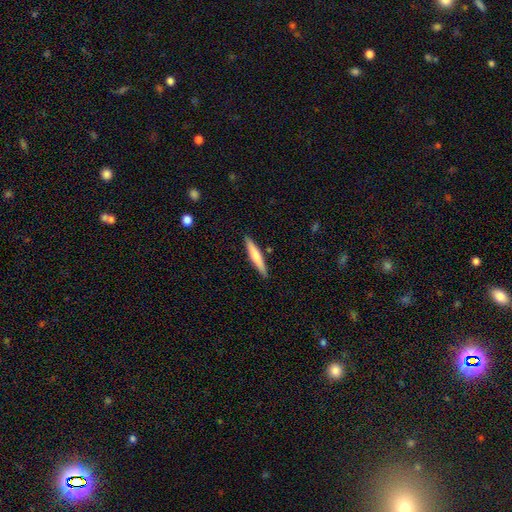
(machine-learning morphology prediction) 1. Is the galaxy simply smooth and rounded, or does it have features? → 59% smooth, 36% featured or disk, 5% star or artifact.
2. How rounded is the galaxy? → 92% cigar-shaped, 7% in between, 1% round.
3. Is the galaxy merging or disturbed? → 89% none, 8% minor disturbance, 2% merger, 2% major disturbance.